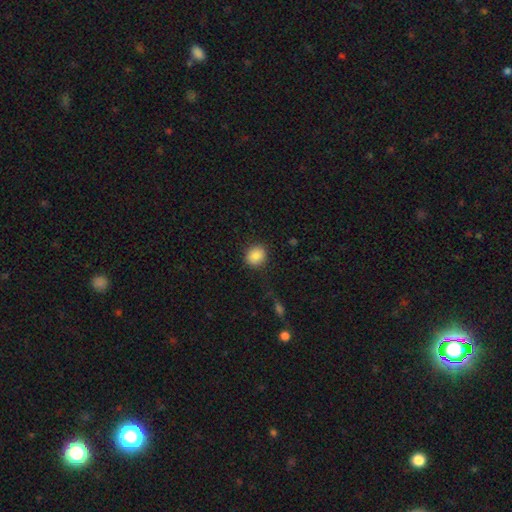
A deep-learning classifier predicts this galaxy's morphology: Smooth or featured: smooth — 87% (star or artifact — 9%)
How rounded: round — 75% (in between — 24%)
Merging: none — 88% (minor disturbance — 8%)